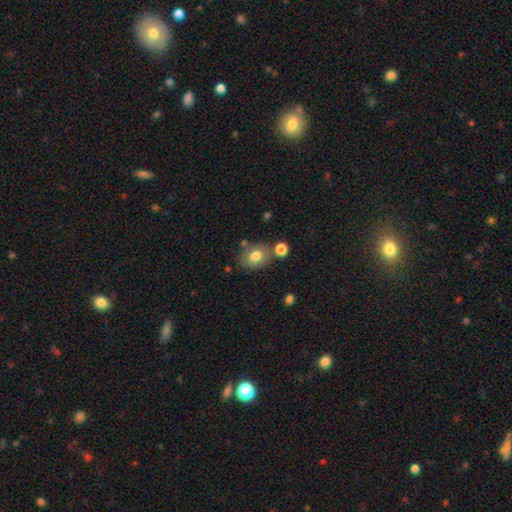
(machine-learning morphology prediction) A smooth galaxy with no disk features (74%) that is in between round and cigar-shaped (66%).

Vote fractions:
- Smooth or featured? smooth: 74% / featured or disk: 17% / star or artifact: 9%
- How rounded? in between: 66% / round: 33% / cigar-shaped: 1%
- Merging? none: 68% / minor disturbance: 16% / merger: 12% / major disturbance: 5%